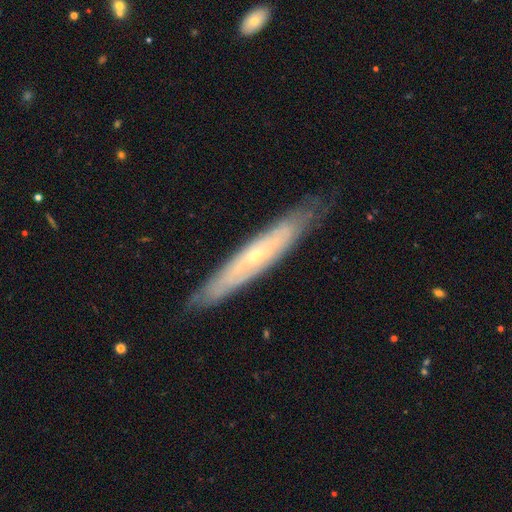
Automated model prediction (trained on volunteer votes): The model was most divided on "edge-on disk": yes: 62%, no: 38%. More confident: merging — none (82%); smooth or featured — featured or disk (68%).